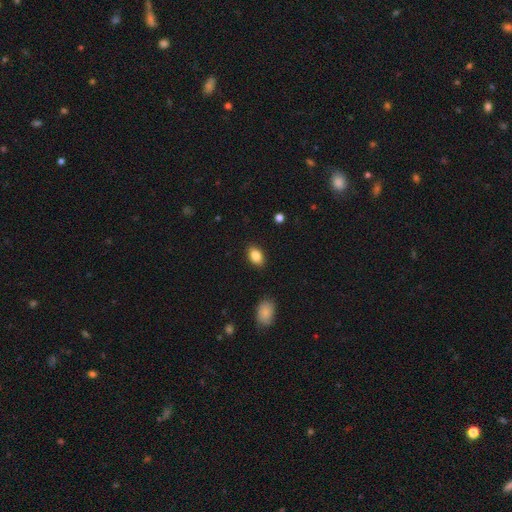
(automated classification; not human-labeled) Morphology: type=smooth (87%); roundness=in between (88%); merging=none (88%).